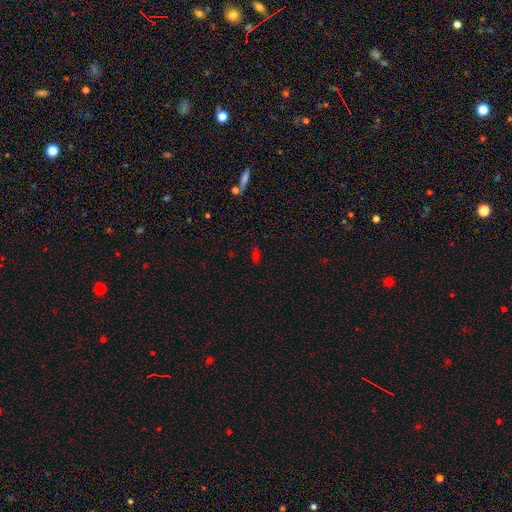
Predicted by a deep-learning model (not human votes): smooth_or_featured: smooth (p=0.61) [alt: star or artifact p=0.29]
how_rounded: in between (p=0.71) [alt: cigar-shaped p=0.21]
merging: none (p=0.78) [alt: minor disturbance p=0.13]